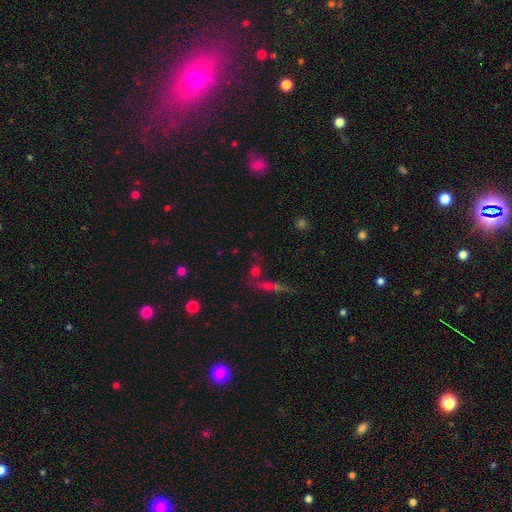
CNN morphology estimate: smooth-or-featured: smooth: 48% | star or artifact: 36% | featured or disk: 16%
  merging: none: 62% | merger: 21% | minor disturbance: 11% | major disturbance: 7%